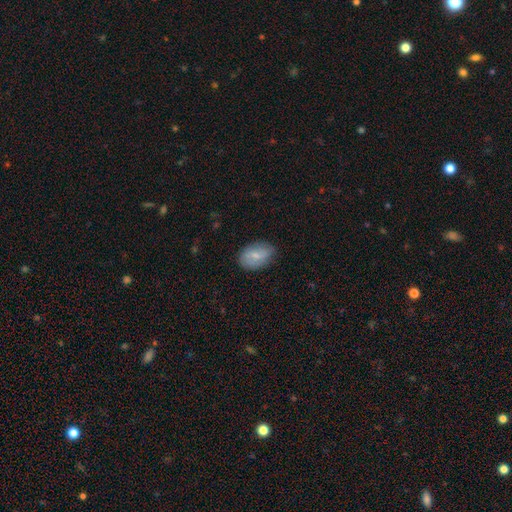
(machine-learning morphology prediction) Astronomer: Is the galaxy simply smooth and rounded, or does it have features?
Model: smooth — 66%.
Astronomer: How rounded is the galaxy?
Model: in between — 84%.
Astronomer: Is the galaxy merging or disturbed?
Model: none — 76%.